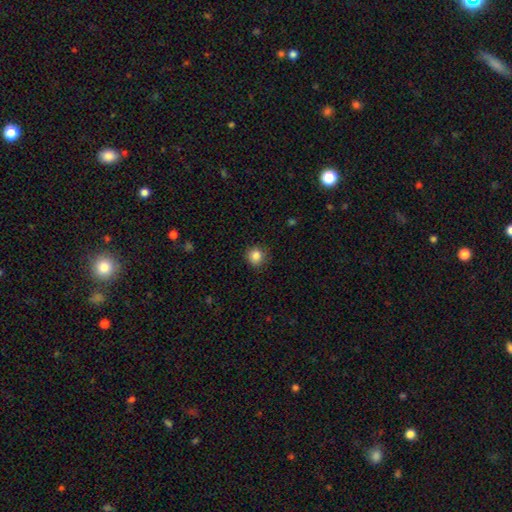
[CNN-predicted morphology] smooth_or_featured: smooth (p=0.86) [alt: star or artifact p=0.11]
how_rounded: round (p=0.88) [alt: in between p=0.11]
merging: none (p=0.84) [alt: minor disturbance p=0.12]